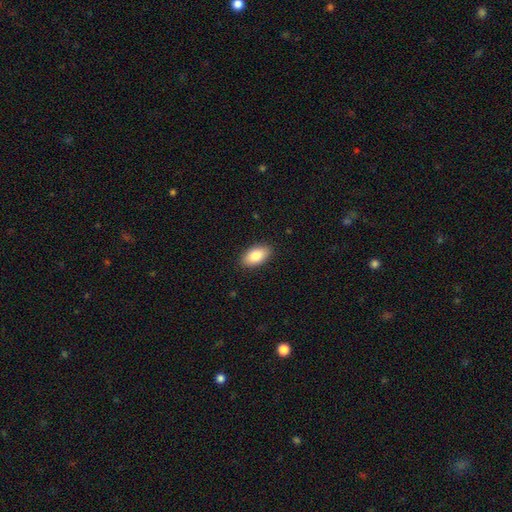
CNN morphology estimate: Smooth or featured? Predicted: smooth (p=0.84). How rounded? Predicted: in between (p=0.93). Merging? Predicted: none (p=0.89).